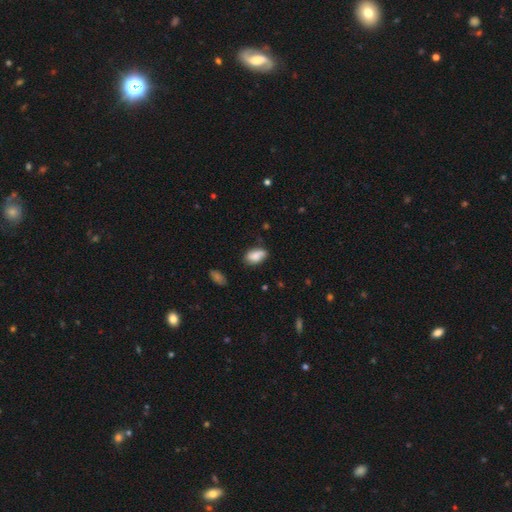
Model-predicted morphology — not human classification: A smooth galaxy with no disk features (80%) that is in between round and cigar-shaped (91%). Merging: none (61%).